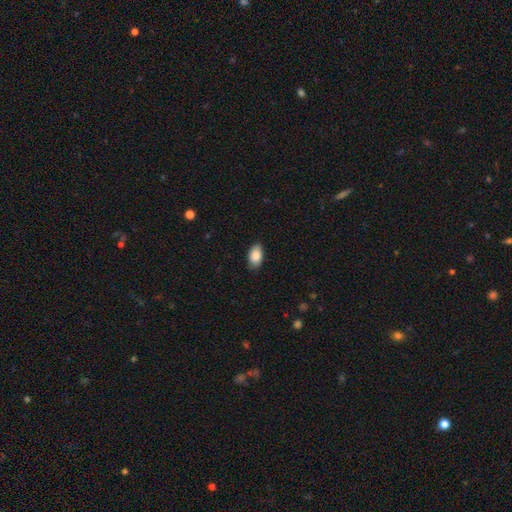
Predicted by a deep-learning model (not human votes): A smooth galaxy with no disk features (87%) that is in between round and cigar-shaped (92%).

Vote fractions:
- Smooth or featured? smooth: 87% / star or artifact: 7% / featured or disk: 6%
- How rounded? in between: 92% / round: 6% / cigar-shaped: 2%
- Merging? none: 84% / minor disturbance: 12% / major disturbance: 2% / merger: 1%